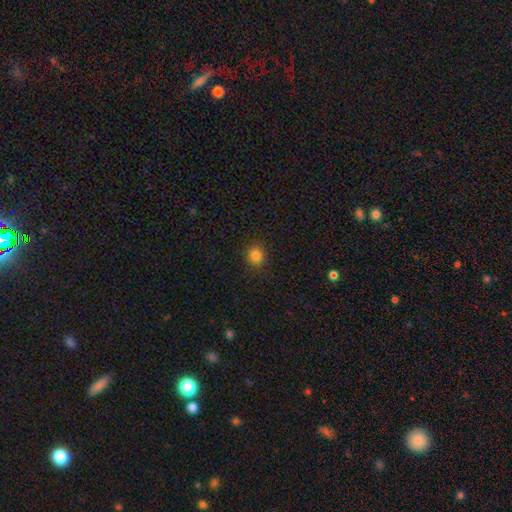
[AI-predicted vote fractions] smooth_or_featured: smooth (p=0.84) [alt: star or artifact p=0.12]
how_rounded: round (p=0.76) [alt: in between p=0.23]
merging: none (p=0.89) [alt: minor disturbance p=0.08]